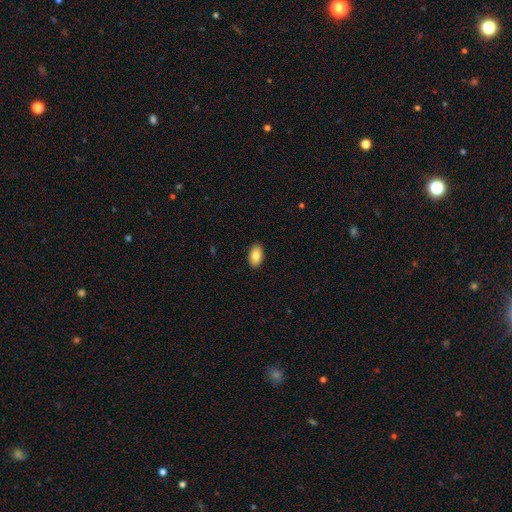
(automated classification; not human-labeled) Smooth or featured?
  - smooth: 85% *
  - featured or disk: 8%
  - star or artifact: 7%
How rounded?
  - in between: 93% *
  - round: 5%
  - cigar-shaped: 1%
Merging?
  - none: 90% *
  - minor disturbance: 8%
  - major disturbance: 2%
  - merger: 1%